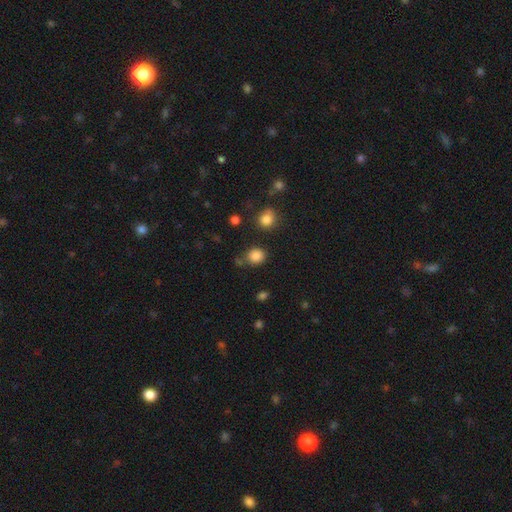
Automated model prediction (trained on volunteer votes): Q: Smooth or featured?
A: smooth (84%); runner-up: star or artifact (12%)
Q: How rounded?
A: round (80%); runner-up: in between (19%)
Q: Merging?
A: none (78%); runner-up: minor disturbance (12%)